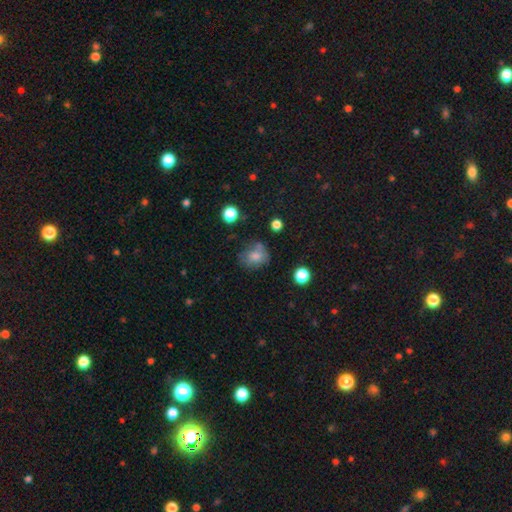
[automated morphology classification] Smooth or featured? Predicted: smooth (p=0.72). How rounded? Predicted: round (p=0.53). Merging? Predicted: none (p=0.48).